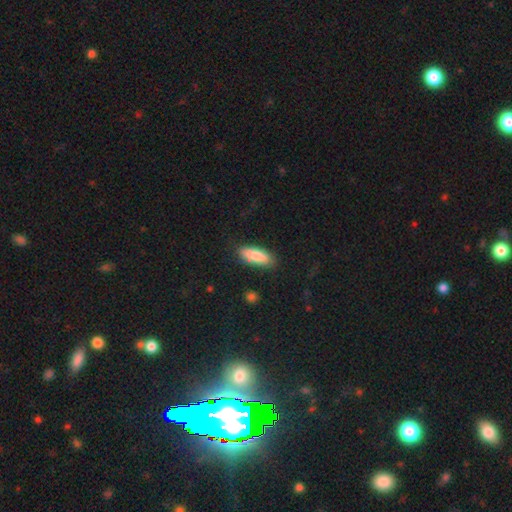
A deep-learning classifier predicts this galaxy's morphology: Smooth or featured? Predicted: smooth (p=0.83). How rounded? Predicted: in between (p=0.66). Merging? Predicted: none (p=0.81).